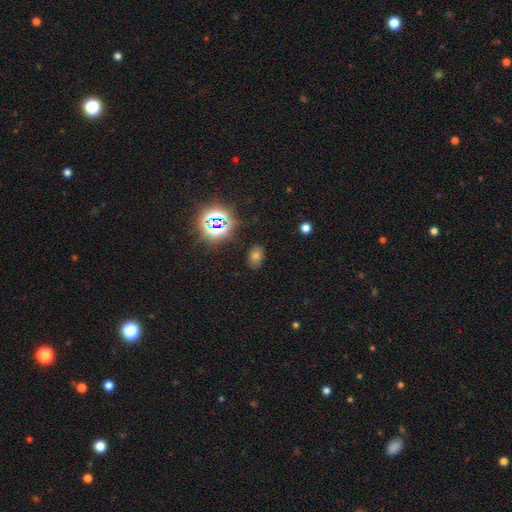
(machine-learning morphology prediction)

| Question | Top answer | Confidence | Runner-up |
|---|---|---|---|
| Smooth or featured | smooth | 55% | star or artifact (35%) |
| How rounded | in between | 73% | round (26%) |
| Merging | none | 84% | minor disturbance (11%) |